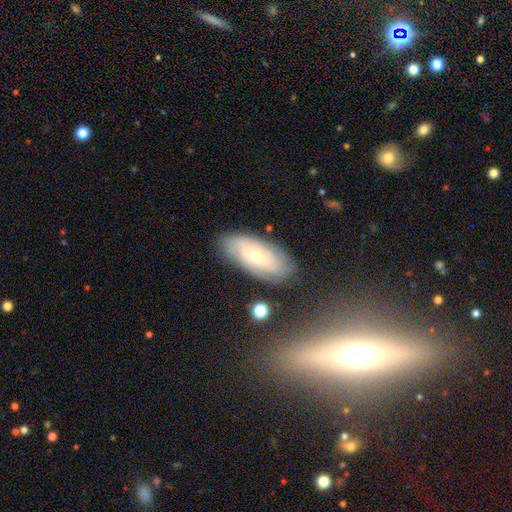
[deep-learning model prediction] Smooth or featured: featured or disk — 51% (smooth — 40%)
Edge-on disk: no — 85% (yes — 15%)
Merging: none — 78% (minor disturbance — 15%)